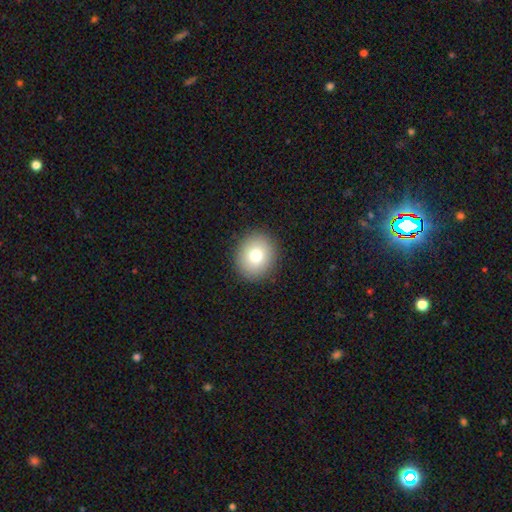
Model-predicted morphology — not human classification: smooth-or-featured: smooth: 79% | featured or disk: 11% | star or artifact: 10%
  how-rounded: round: 77% | in between: 22% | cigar-shaped: 1%
  merging: none: 91% | minor disturbance: 6% | major disturbance: 2% | merger: 1%